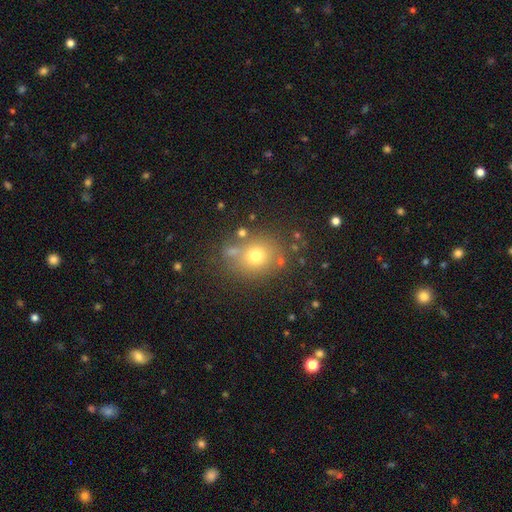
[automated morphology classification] The model was most divided on "how rounded": round: 75%, in between: 24%, cigar-shaped: 1%. More confident: merging — none (75%); smooth or featured — smooth (70%).